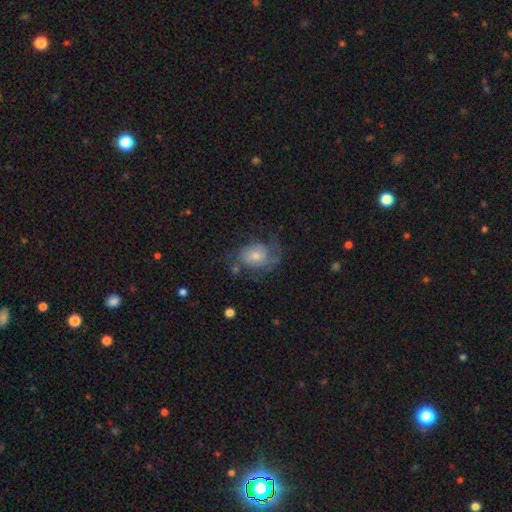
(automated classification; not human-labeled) smooth-or-featured: featured or disk: 56% | smooth: 33% | star or artifact: 11%
  disk-edge-on: no: 97% | yes: 3%
    bar: no: 77% | weak: 20% | strong: 3%
    has-spiral-arms: yes: 77% | no: 23%
    bulge-size: small: 46% | moderate: 43% | large: 6% | none: 3% | dominant: 2%
  merging: none: 52% | minor disturbance: 23% | major disturbance: 22% | merger: 3%